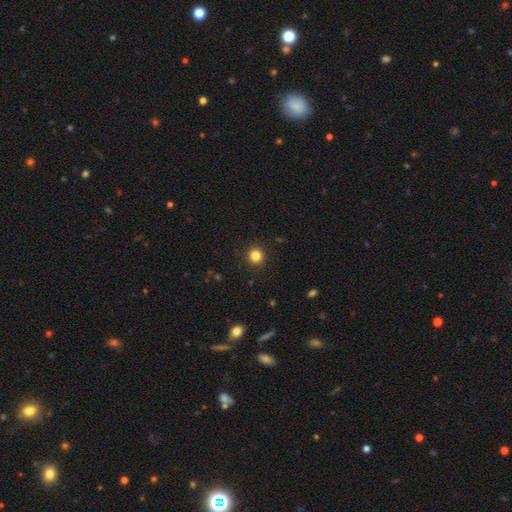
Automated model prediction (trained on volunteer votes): Smooth or featured: smooth — 84% (star or artifact — 11%)
How rounded: round — 91% (in between — 8%)
Merging: none — 92% (minor disturbance — 5%)